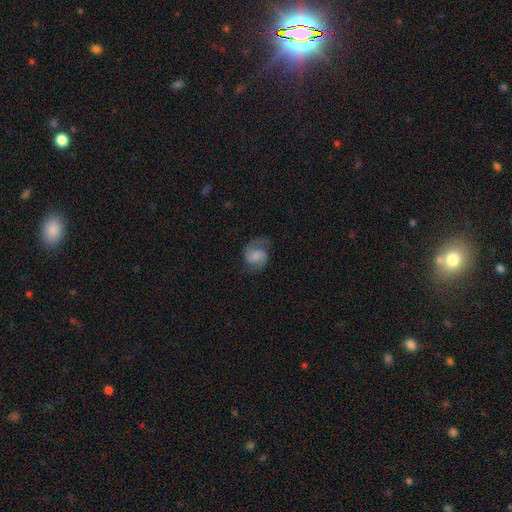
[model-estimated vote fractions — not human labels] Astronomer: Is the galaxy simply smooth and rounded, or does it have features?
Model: featured or disk — 71%.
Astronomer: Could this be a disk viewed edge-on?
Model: no — 98%.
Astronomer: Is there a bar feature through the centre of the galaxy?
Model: weak — 46% (runner-up: no, 43%).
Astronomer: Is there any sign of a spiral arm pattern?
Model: yes — 95%.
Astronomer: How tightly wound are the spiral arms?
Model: medium — 52% (runner-up: loose, 29%).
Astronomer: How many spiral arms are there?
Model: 2 — 87%.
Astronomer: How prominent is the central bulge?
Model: none — 32% (runner-up: small, 30%).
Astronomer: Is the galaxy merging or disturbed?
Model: none — 68%.